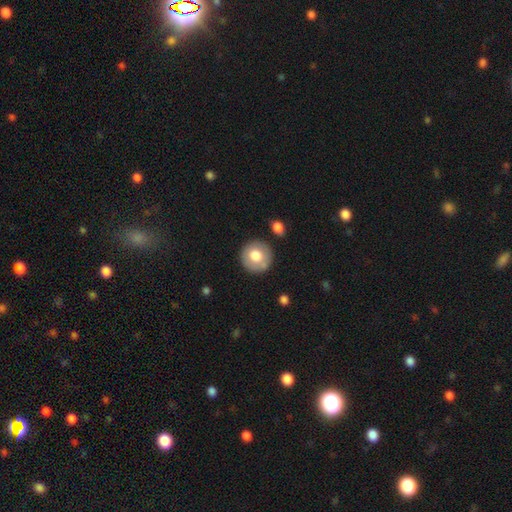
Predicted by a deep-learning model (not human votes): A smooth galaxy with no disk features (70%) that is round (94%). Merging: none (83%).